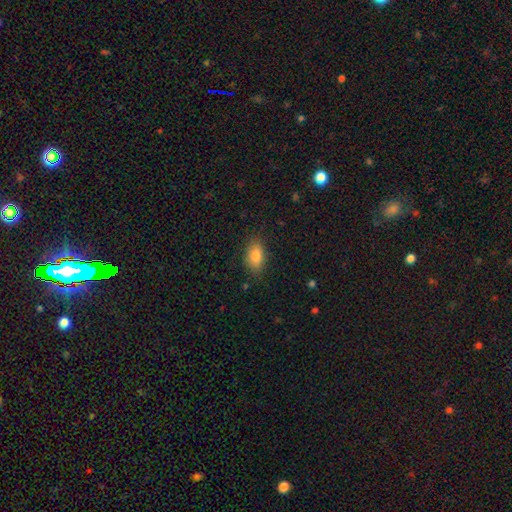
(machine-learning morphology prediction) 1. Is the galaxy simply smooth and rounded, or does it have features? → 84% smooth, 8% featured or disk, 8% star or artifact.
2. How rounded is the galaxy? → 88% in between, 7% round, 5% cigar-shaped.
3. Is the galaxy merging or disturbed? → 82% none, 14% minor disturbance, 3% major disturbance, 1% merger.